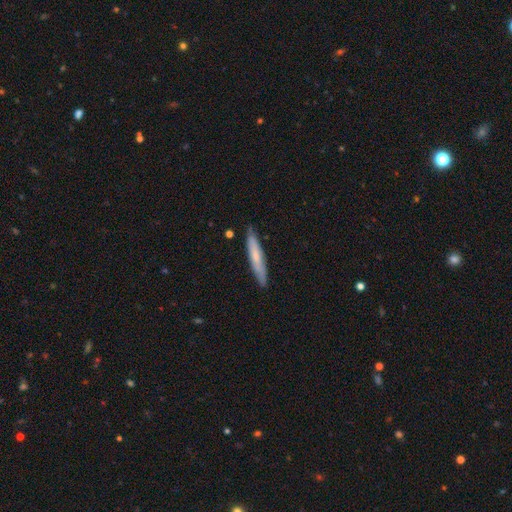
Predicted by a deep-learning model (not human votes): This appears to be a smooth galaxy with no disk features (64%) that is cigar-shaped (93%). Merging: none (86%).